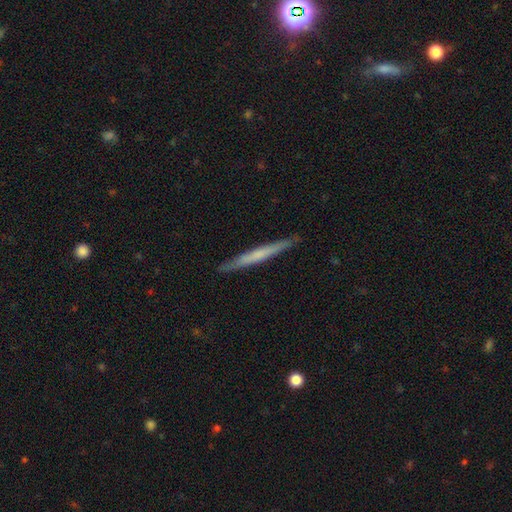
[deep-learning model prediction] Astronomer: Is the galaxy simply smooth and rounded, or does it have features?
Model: featured or disk — 58% (runner-up: smooth, 34%).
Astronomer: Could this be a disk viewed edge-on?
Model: yes — 97%.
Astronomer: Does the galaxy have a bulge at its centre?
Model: none — 54% (runner-up: rounded, 38%).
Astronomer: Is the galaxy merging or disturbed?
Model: none — 90%.